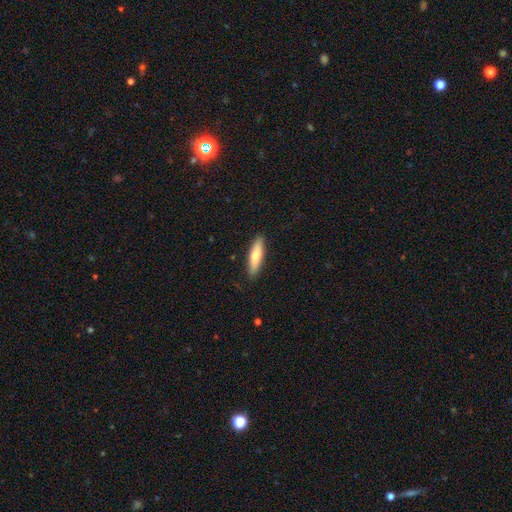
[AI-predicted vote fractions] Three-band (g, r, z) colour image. It shows a smooth galaxy with no disk features (69%) that is cigar-shaped (70%). Merging: none (88%).